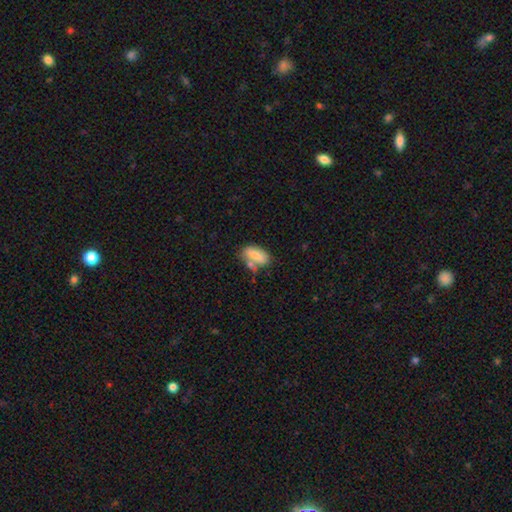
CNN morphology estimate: smooth 79%, featured or disk 14%, star or artifact 7%. Down the decision tree: how rounded — in between (81%); merging — none (50%).